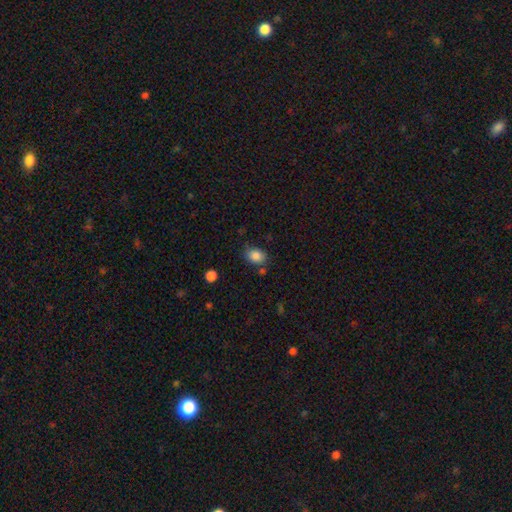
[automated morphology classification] type=smooth (85%); roundness=in between (65%); merging=none (72%).